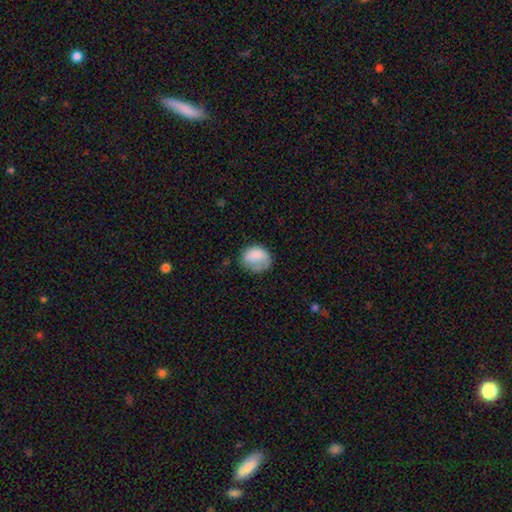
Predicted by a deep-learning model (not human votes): This is clearly a smooth galaxy (80%). How rounded: possibly round (58%). Merging: possibly none (51%).